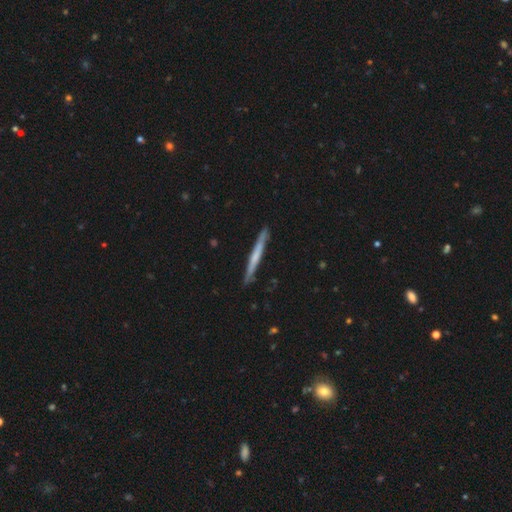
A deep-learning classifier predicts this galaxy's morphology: A smooth galaxy with no disk features (49%).

Vote fractions:
- Smooth or featured? smooth: 49% / featured or disk: 46% / star or artifact: 5%
- Merging? none: 89% / minor disturbance: 8% / major disturbance: 1% / merger: 1%